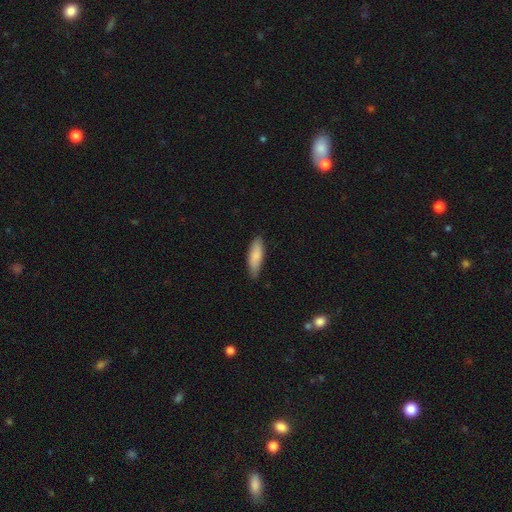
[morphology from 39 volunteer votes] smooth-or-featured: smooth: 82% | featured or disk: 13% | star or artifact: 5%
  how-rounded: cigar-shaped: 59% | in between: 38% | round: 3%
  merging: none: 81% | minor disturbance: 16% | merger: 3% | major disturbance: 0%